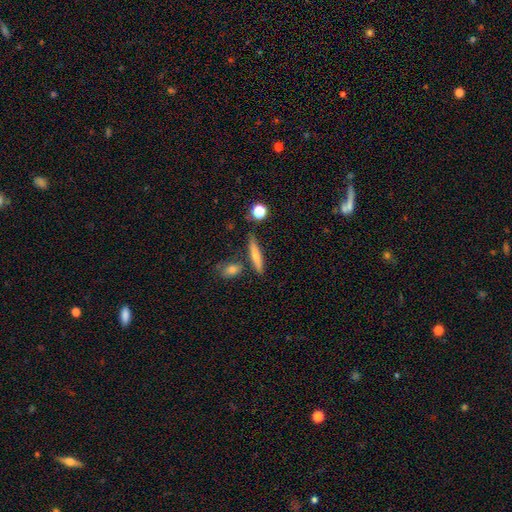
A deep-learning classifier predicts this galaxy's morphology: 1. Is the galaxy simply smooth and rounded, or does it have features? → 66% smooth, 26% featured or disk, 8% star or artifact.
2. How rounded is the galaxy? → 84% cigar-shaped, 12% in between, 3% round.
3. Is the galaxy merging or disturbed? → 77% none, 11% minor disturbance, 9% merger, 3% major disturbance.